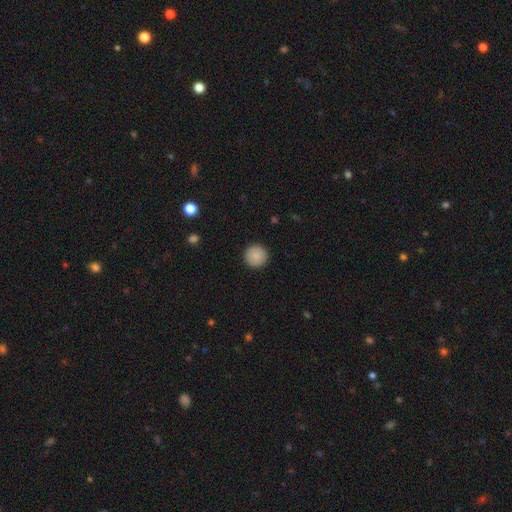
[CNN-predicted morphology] smooth 88%, star or artifact 8%, featured or disk 4%. Down the decision tree: how rounded — round (96%); merging — none (93%).